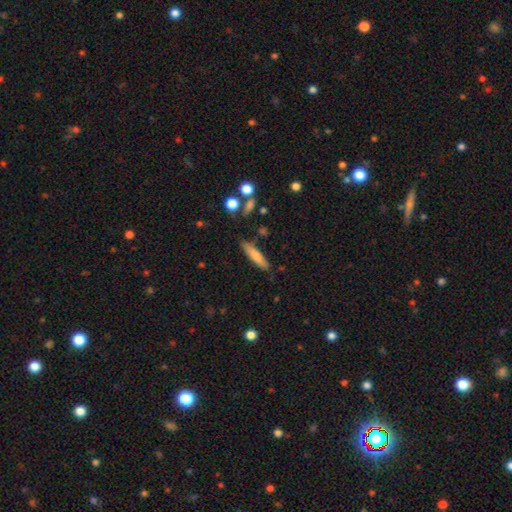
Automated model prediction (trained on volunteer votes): A smooth galaxy with no disk features (69%) that is cigar-shaped (82%).

Vote fractions:
- Smooth or featured? smooth: 69% / featured or disk: 25% / star or artifact: 7%
- How rounded? cigar-shaped: 82% / in between: 16% / round: 2%
- Merging? none: 83% / minor disturbance: 11% / merger: 3% / major disturbance: 3%